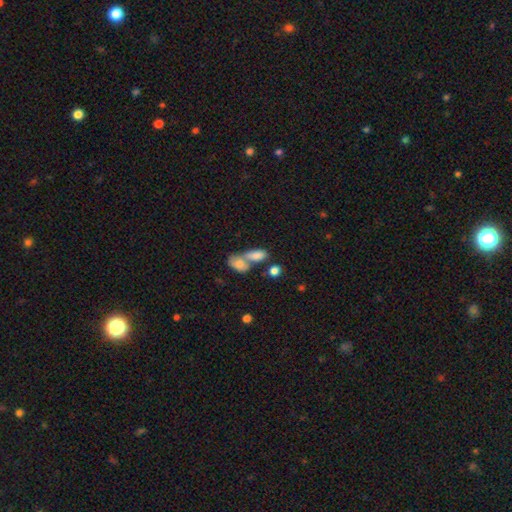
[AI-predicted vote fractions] Smooth or featured? Predicted: smooth (p=0.80). How rounded? Predicted: in between (p=0.85). Merging? Predicted: merger (p=0.57).